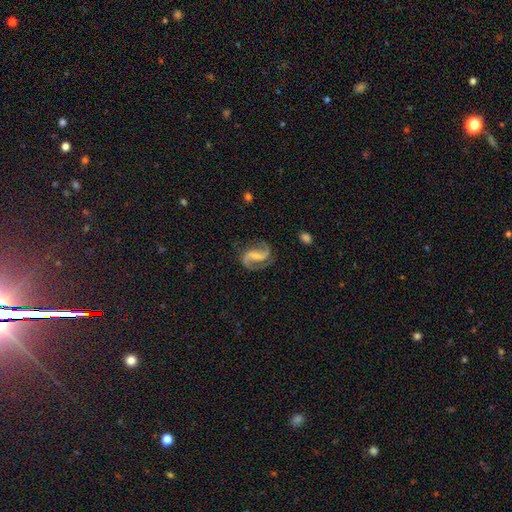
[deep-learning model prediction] smooth_or_featured: featured or disk (p=0.90) [alt: smooth p=0.05]
disk_edge_on: no (p=0.98) [alt: yes p=0.02]
bar: weak (p=0.44) [alt: strong p=0.29]
has_spiral_arms: yes (p=0.97) [alt: no p=0.03]
spiral_winding: loose (p=0.47) [alt: medium p=0.44]
spiral_arm_count: 2 (p=0.92) [alt: 1 p=0.03]
bulge_size: small (p=0.42) [alt: none p=0.31]
merging: none (p=0.75) [alt: minor disturbance p=0.14]